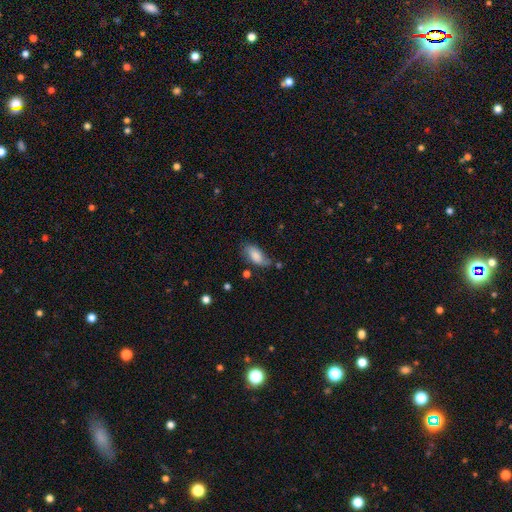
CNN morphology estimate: smooth_or_featured: smooth (p=0.75) [alt: featured or disk p=0.18]
how_rounded: in between (p=0.90) [alt: cigar-shaped p=0.07]
merging: none (p=0.52) [alt: minor disturbance p=0.32]